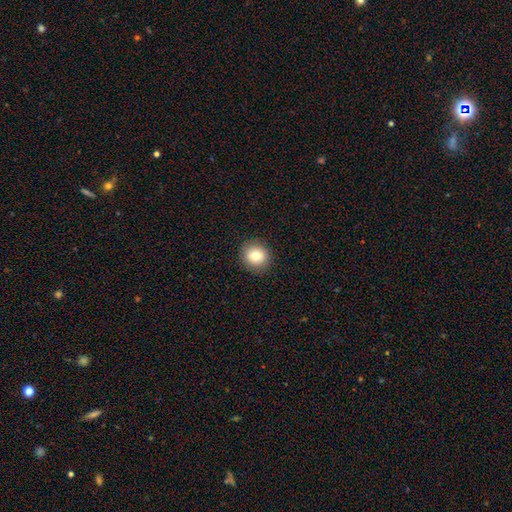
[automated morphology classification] Smooth or featured?
  - smooth: 80% *
  - featured or disk: 10%
  - star or artifact: 10%
How rounded?
  - round: 86% *
  - in between: 13%
  - cigar-shaped: 1%
Merging?
  - none: 91% *
  - minor disturbance: 6%
  - major disturbance: 2%
  - merger: 1%